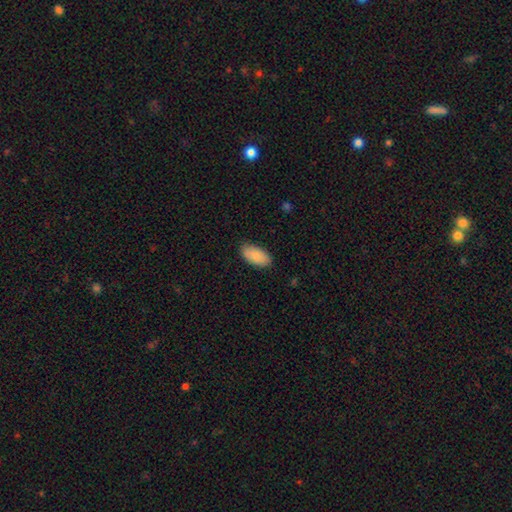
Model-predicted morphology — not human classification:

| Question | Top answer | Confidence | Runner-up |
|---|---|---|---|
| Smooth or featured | smooth | 87% | featured or disk (7%) |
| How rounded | in between | 95% | cigar-shaped (3%) |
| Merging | none | 85% | minor disturbance (12%) |